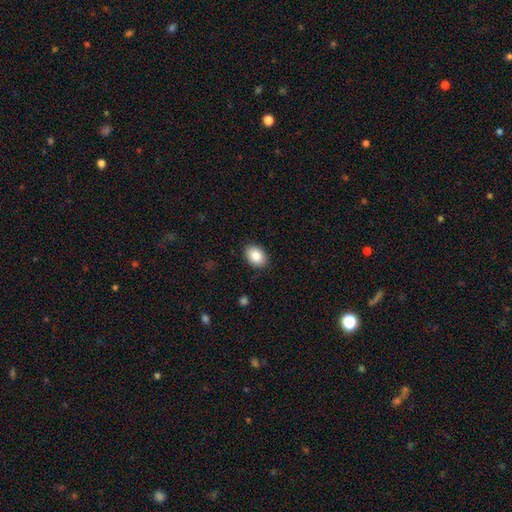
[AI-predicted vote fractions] Overall: smooth (87%). How rounded: in between (80%). Merging: none (88%).